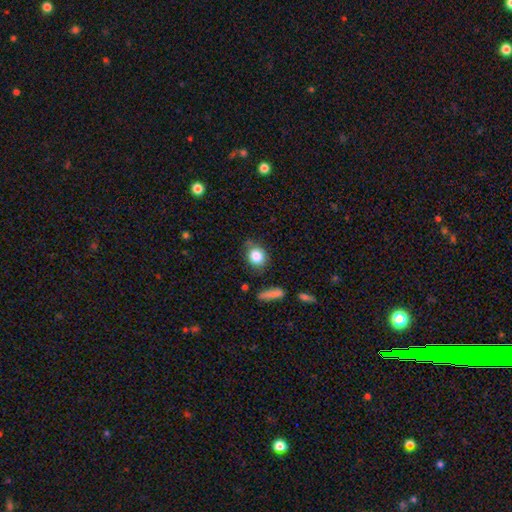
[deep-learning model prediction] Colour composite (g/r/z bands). It shows a smooth galaxy with no disk features (84%) that is round (68%). Merging: none (72%).